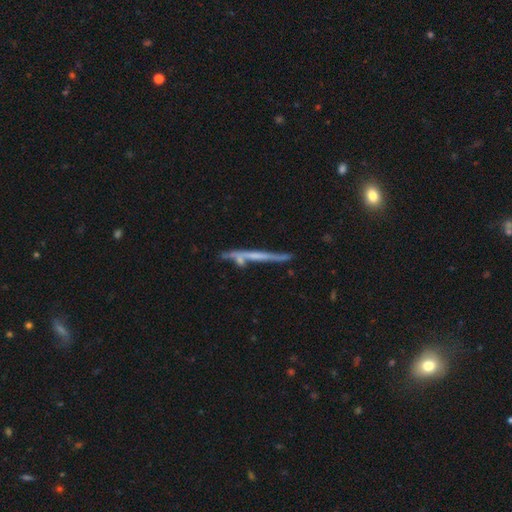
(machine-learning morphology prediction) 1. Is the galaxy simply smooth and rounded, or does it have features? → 61% featured or disk, 31% smooth, 8% star or artifact.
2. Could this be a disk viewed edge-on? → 91% yes, 9% no.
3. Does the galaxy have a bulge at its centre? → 75% none, 17% rounded, 8% boxy.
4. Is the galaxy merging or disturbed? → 64% none, 17% minor disturbance, 13% merger, 6% major disturbance.